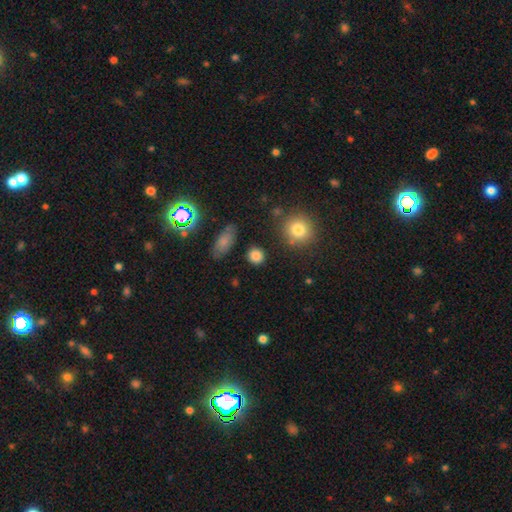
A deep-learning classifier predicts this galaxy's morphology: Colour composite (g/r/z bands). It shows a smooth galaxy with no disk features (83%) that is round (85%). Merging: none (86%).